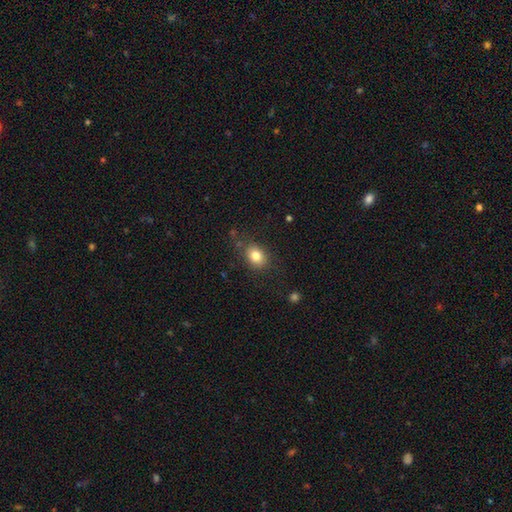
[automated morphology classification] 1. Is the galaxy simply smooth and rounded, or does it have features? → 81% smooth, 10% star or artifact, 8% featured or disk.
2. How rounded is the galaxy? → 58% in between, 41% round, 1% cigar-shaped.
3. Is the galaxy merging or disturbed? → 79% none, 14% minor disturbance, 5% major disturbance, 2% merger.